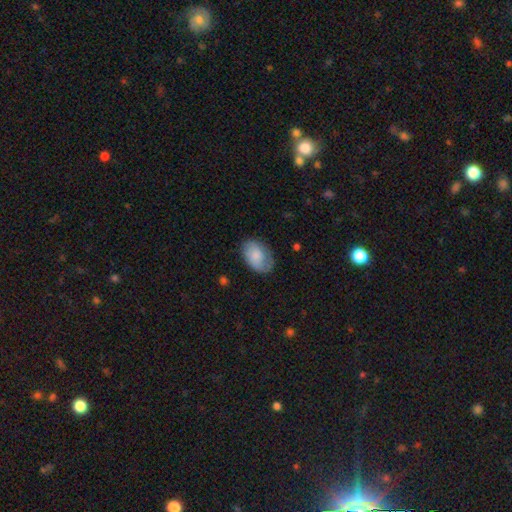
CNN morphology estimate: The model was most divided on "smooth or featured": smooth: 68%, featured or disk: 25%, star or artifact: 7%. More confident: how rounded — in between (87%); merging — none (70%).